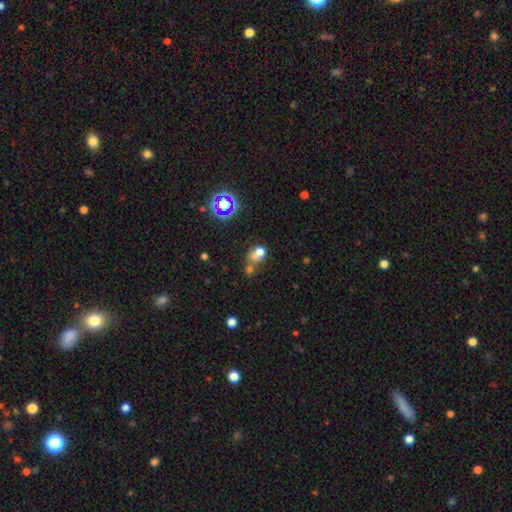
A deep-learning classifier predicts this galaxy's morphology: smooth 64%, star or artifact 21%, featured or disk 16%. Down the decision tree: how rounded — round (57%); merging — merger (49%).